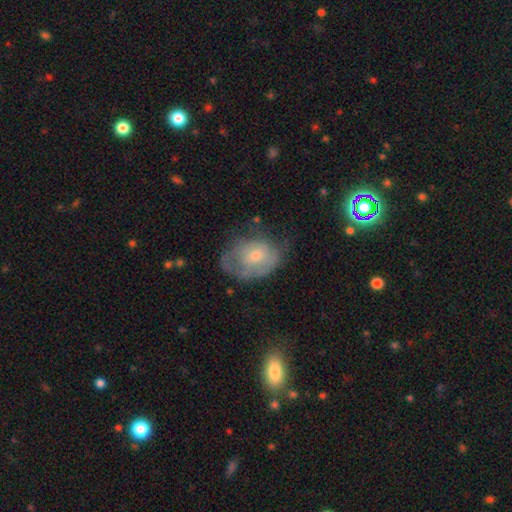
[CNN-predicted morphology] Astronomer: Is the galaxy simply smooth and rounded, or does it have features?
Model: featured or disk — 50% (runner-up: smooth, 40%).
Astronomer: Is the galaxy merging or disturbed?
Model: none — 45% (runner-up: minor disturbance, 31%).